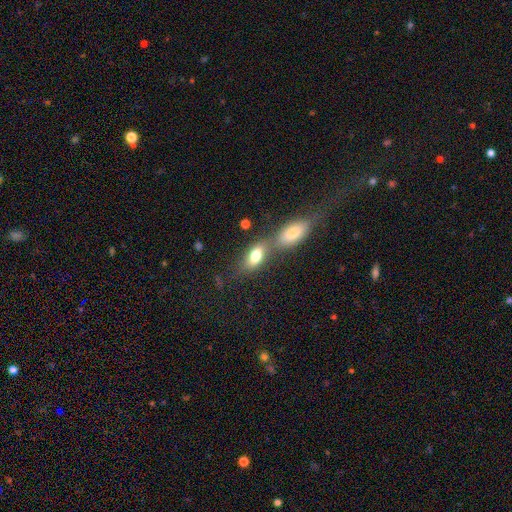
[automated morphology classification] A smooth galaxy with no disk features (76%) that is in between round and cigar-shaped (85%).

Vote fractions:
- Smooth or featured? smooth: 76% / featured or disk: 15% / star or artifact: 9%
- How rounded? in between: 85% / round: 9% / cigar-shaped: 6%
- Merging? merger: 48% / none: 38% / minor disturbance: 10% / major disturbance: 5%